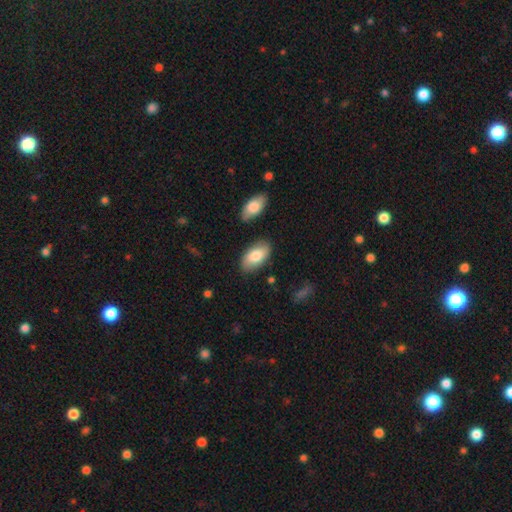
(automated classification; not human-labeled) Smooth or featured: smooth — 79% (featured or disk — 15%)
How rounded: in between — 95% (round — 3%)
Merging: none — 81% (minor disturbance — 13%)